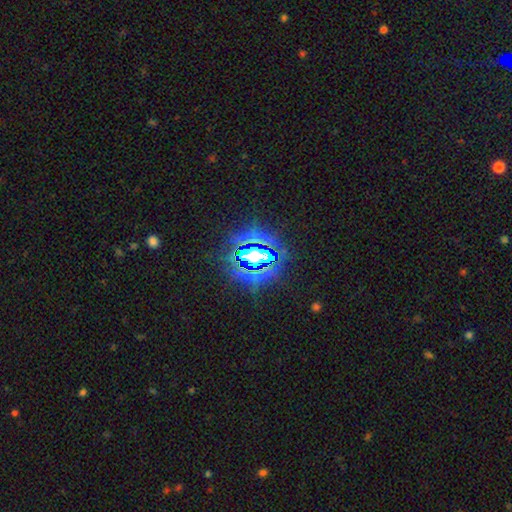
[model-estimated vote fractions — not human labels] A star or artifact, not a galaxy (74%).

Vote fractions:
- Smooth or featured? star or artifact: 74% / smooth: 15% / featured or disk: 11%